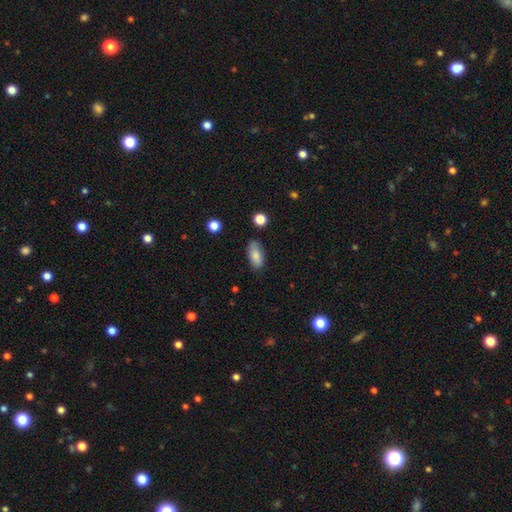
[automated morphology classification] type=smooth (83%); roundness=in between (89%); merging=none (79%).